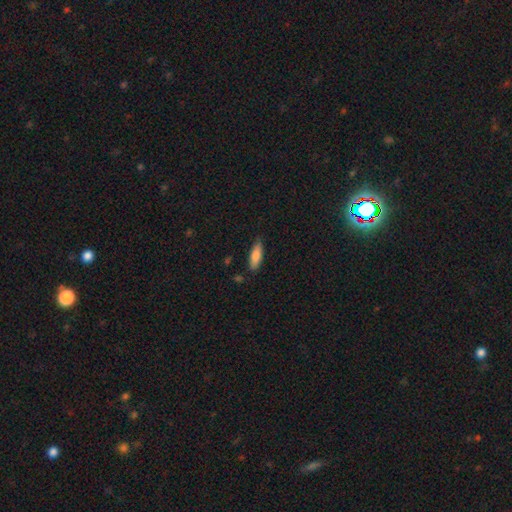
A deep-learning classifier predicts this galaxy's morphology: This is clearly a smooth galaxy (82%). How rounded: possibly in between (53%). Merging: likely none (79%).